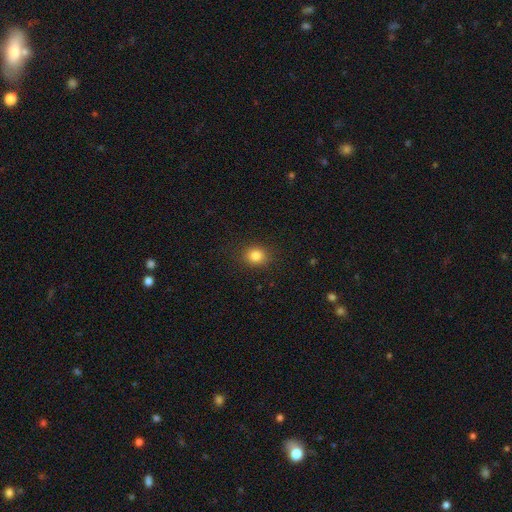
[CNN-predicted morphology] Smooth or featured? smooth (83%)
How rounded? round (71%)
Merging? none (88%)